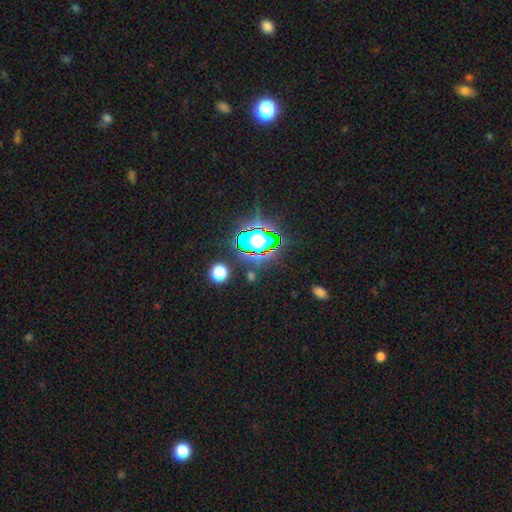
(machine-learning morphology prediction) type=star or artifact (83%).